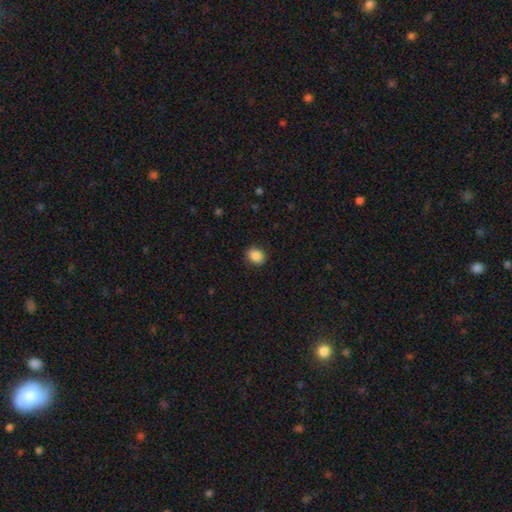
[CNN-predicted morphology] The model was most divided on "how rounded": in between: 52%, round: 47%, cigar-shaped: 1%. More confident: merging — none (88%); smooth or featured — smooth (87%).